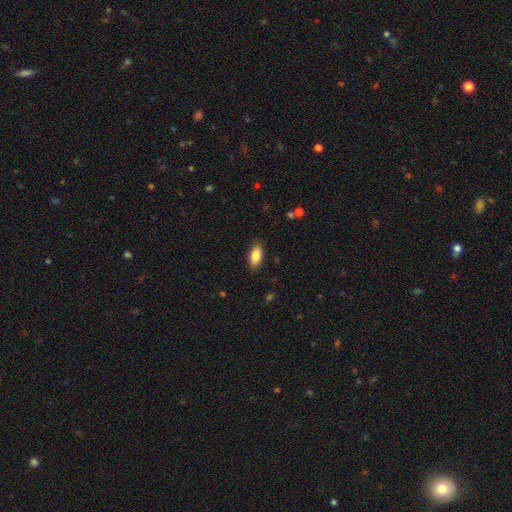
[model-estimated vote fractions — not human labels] Smooth or featured? smooth (84%)
How rounded? in between (89%)
Merging? none (86%)